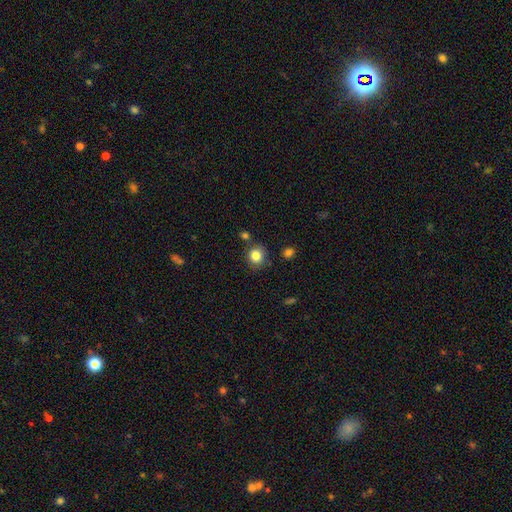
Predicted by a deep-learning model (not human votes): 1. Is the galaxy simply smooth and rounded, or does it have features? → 84% smooth, 11% star or artifact, 6% featured or disk.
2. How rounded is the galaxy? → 85% round, 14% in between, 1% cigar-shaped.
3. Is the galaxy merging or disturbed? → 81% none, 11% minor disturbance, 5% merger, 3% major disturbance.